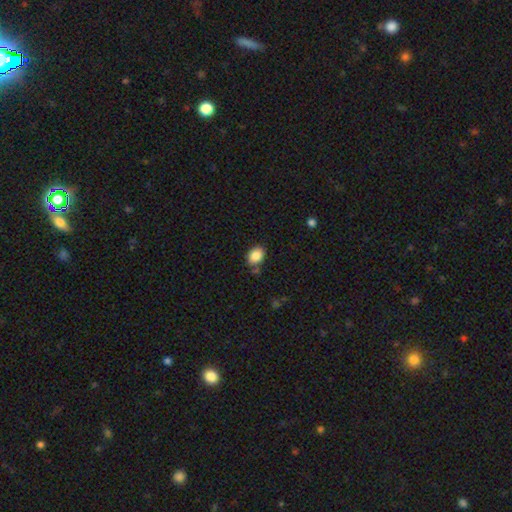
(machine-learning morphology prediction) smooth 87%, star or artifact 8%, featured or disk 5%. Down the decision tree: how rounded — in between (70%); merging — none (76%).